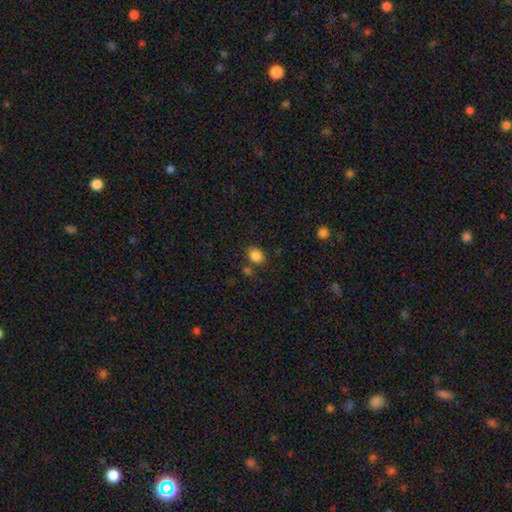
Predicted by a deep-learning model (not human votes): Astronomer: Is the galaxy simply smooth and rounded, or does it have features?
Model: smooth — 85%.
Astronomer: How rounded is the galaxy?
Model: in between — 57% (runner-up: round, 42%).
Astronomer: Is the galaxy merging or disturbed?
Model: none — 76%.